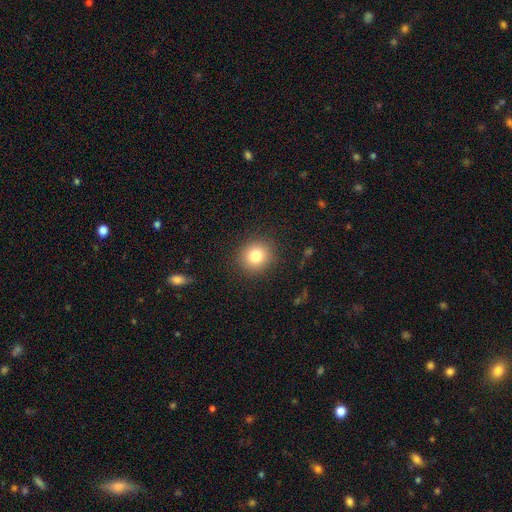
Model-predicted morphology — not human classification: This appears to be a smooth galaxy with no disk features (82%) that is round (87%). Merging: none (89%).